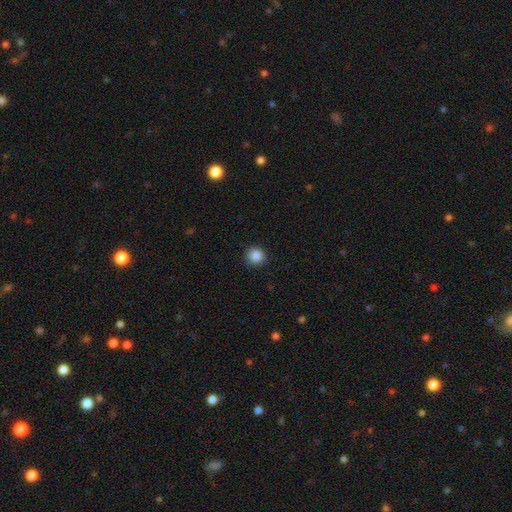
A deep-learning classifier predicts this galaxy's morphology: smooth_or_featured: smooth (p=0.87) [alt: star or artifact p=0.10]
how_rounded: round (p=0.92) [alt: in between p=0.07]
merging: none (p=0.90) [alt: minor disturbance p=0.07]